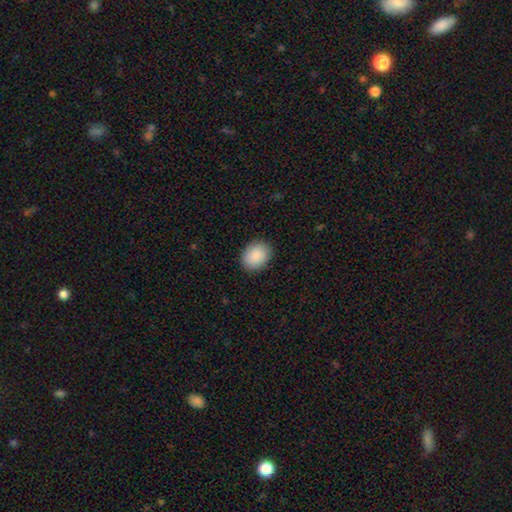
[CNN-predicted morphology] smooth 88%, star or artifact 6%, featured or disk 5%. Down the decision tree: how rounded — in between (56%); merging — none (89%).